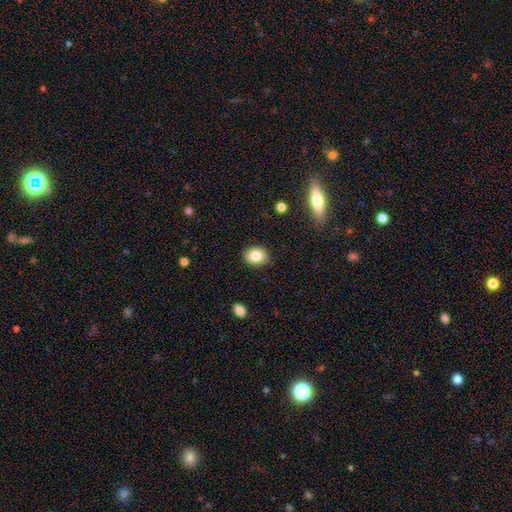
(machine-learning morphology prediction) smooth_or_featured: smooth (p=0.82) [alt: star or artifact p=0.09]
how_rounded: round (p=0.51) [alt: in between p=0.48]
merging: none (p=0.88) [alt: minor disturbance p=0.09]